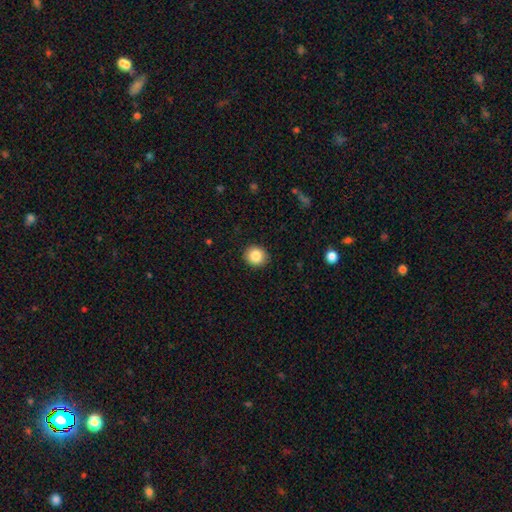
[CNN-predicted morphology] A smooth galaxy with no disk features (86%) that is round (86%).

Vote fractions:
- Smooth or featured? smooth: 86% / star or artifact: 9% / featured or disk: 5%
- How rounded? round: 86% / in between: 13% / cigar-shaped: 1%
- Merging? none: 91% / minor disturbance: 7% / major disturbance: 2% / merger: 1%